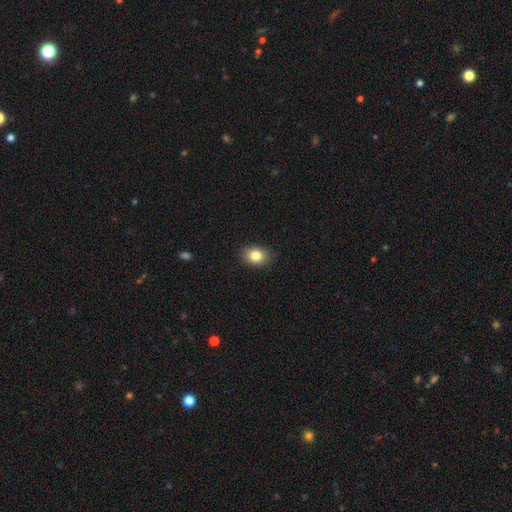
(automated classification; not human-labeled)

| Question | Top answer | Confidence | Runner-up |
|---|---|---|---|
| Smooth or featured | smooth | 84% | star or artifact (9%) |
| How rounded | in between | 61% | round (38%) |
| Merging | none | 87% | minor disturbance (10%) |